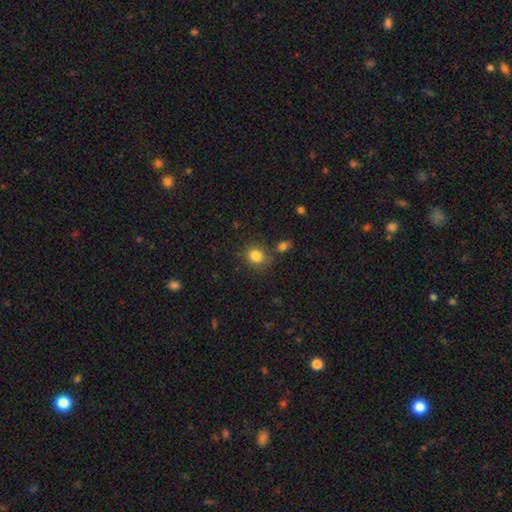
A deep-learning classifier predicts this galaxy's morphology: Q: Smooth or featured?
A: smooth (83%); runner-up: star or artifact (11%)
Q: How rounded?
A: round (73%); runner-up: in between (26%)
Q: Merging?
A: none (74%); runner-up: minor disturbance (12%)